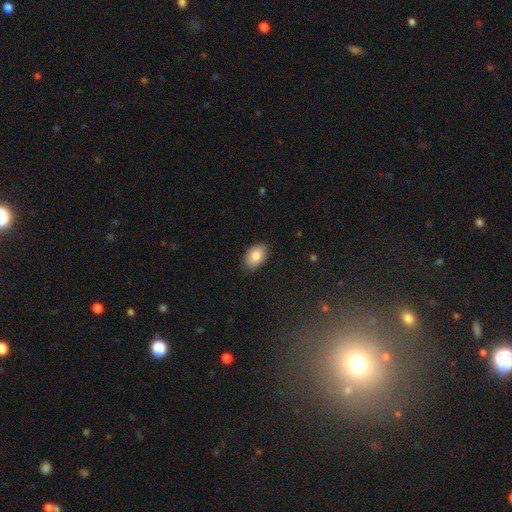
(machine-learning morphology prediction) A smooth galaxy with no disk features (85%) that is in between round and cigar-shaped (90%).

Vote fractions:
- Smooth or featured? smooth: 85% / featured or disk: 8% / star or artifact: 7%
- How rounded? in between: 90% / round: 9% / cigar-shaped: 1%
- Merging? none: 85% / minor disturbance: 12% / major disturbance: 2% / merger: 1%